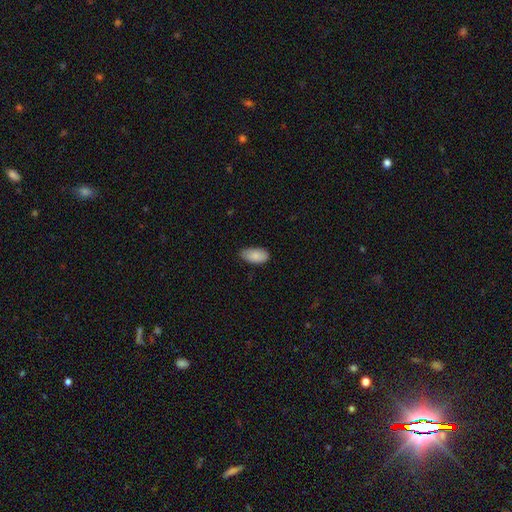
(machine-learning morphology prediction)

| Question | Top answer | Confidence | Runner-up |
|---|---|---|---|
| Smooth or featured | smooth | 87% | featured or disk (7%) |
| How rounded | in between | 94% | cigar-shaped (3%) |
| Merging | none | 73% | minor disturbance (23%) |